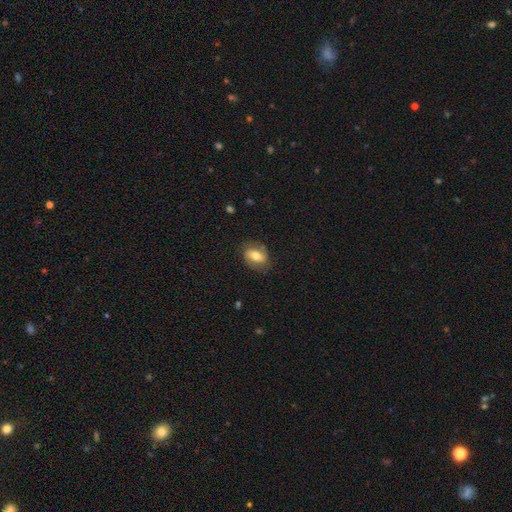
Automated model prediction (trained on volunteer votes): The model was most divided on "smooth or featured": smooth: 51%, featured or disk: 42%, star or artifact: 8%. More confident: how rounded — in between (76%); merging — none (75%).